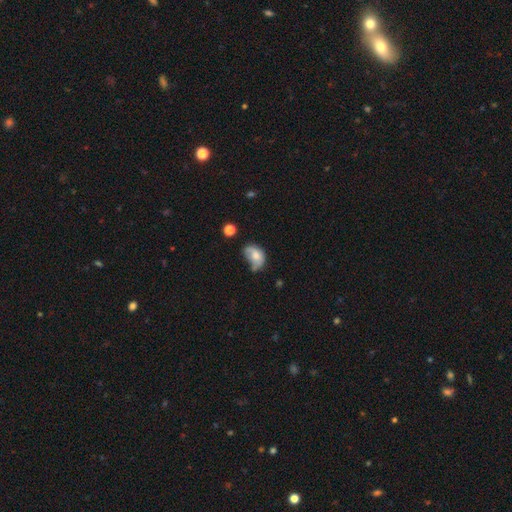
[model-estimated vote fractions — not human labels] Smooth or featured?
  - smooth: 65% *
  - featured or disk: 25%
  - star or artifact: 10%
How rounded?
  - in between: 77% *
  - round: 22%
  - cigar-shaped: 1%
Merging?
  - minor disturbance: 38% *
  - major disturbance: 28%
  - none: 24%
  - merger: 10%